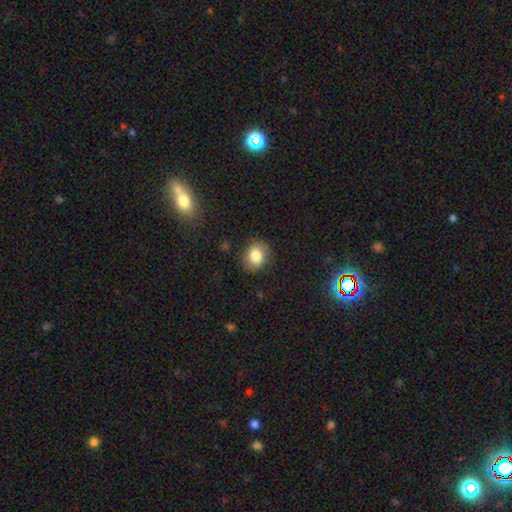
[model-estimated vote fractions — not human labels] Smooth or featured?
  - smooth: 80% *
  - featured or disk: 11%
  - star or artifact: 9%
How rounded?
  - round: 59% *
  - in between: 40%
  - cigar-shaped: 1%
Merging?
  - none: 79% *
  - minor disturbance: 15%
  - major disturbance: 4%
  - merger: 1%